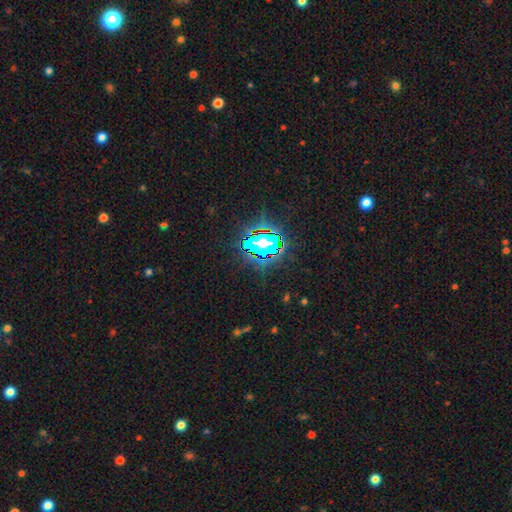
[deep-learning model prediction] This appears to be a star or artifact, not a galaxy (86%).